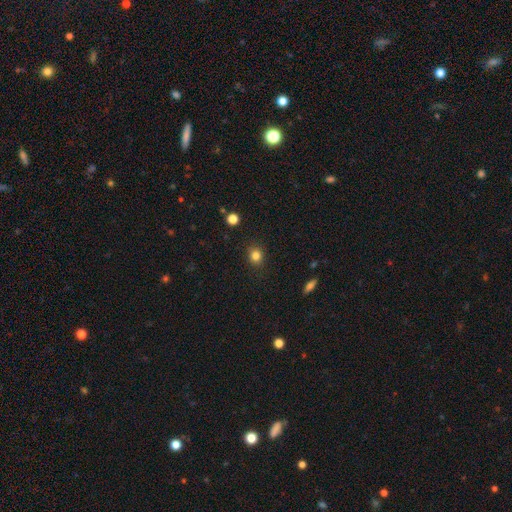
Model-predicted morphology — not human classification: smooth_or_featured: smooth (p=0.82) [alt: star or artifact p=0.12]
how_rounded: round (p=0.79) [alt: in between p=0.20]
merging: none (p=0.89) [alt: minor disturbance p=0.08]